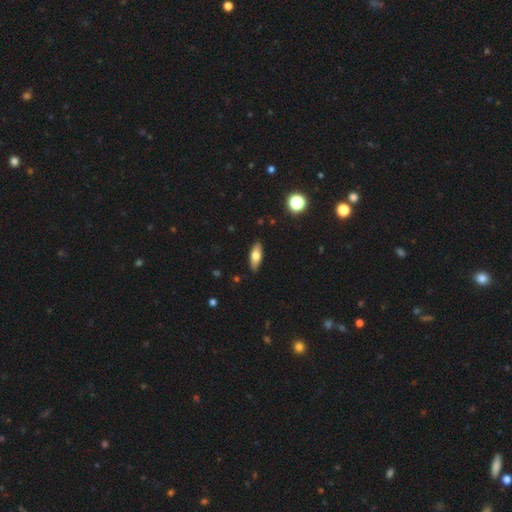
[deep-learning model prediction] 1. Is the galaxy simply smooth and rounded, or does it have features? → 65% smooth, 28% featured or disk, 7% star or artifact.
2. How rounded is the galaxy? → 67% in between, 30% cigar-shaped, 3% round.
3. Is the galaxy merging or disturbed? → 88% none, 9% minor disturbance, 2% major disturbance, 1% merger.